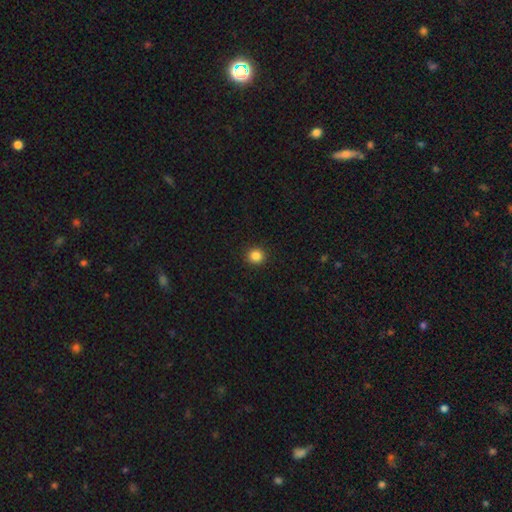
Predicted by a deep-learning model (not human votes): This appears to be a smooth galaxy with no disk features (85%) that is round (92%). Merging: none (93%).